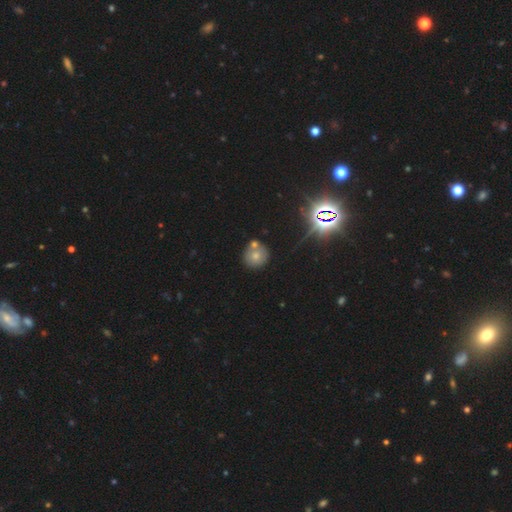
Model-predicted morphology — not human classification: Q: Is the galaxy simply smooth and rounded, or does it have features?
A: smooth — 66%.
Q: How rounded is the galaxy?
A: round — 91%.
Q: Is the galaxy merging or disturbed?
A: none — 63%.